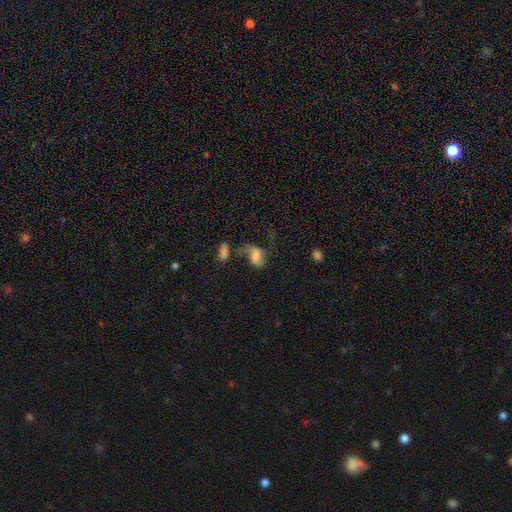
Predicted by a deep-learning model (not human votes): A smooth galaxy with no disk features (44%). Merging: none (31%).